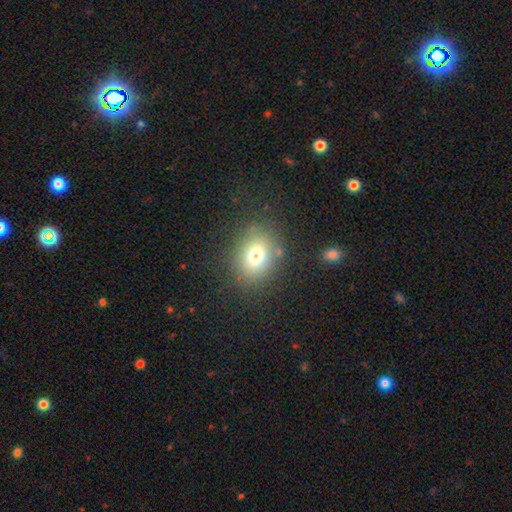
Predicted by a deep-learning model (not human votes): The model was most divided on "how rounded": round: 55%, in between: 44%, cigar-shaped: 1%. More confident: merging — none (81%); smooth or featured — smooth (74%).